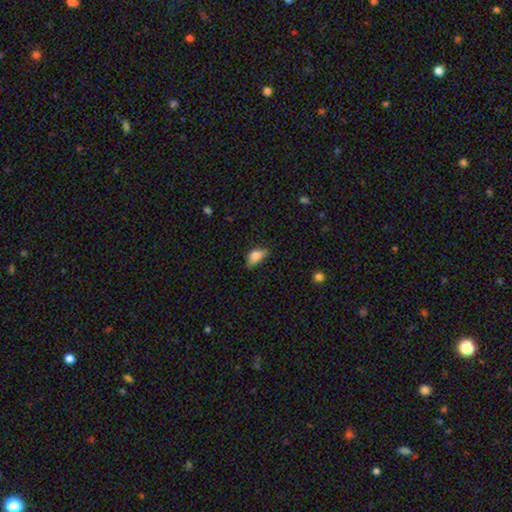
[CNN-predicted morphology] type=smooth (79%); roundness=in between (88%); merging=minor disturbance (42%).